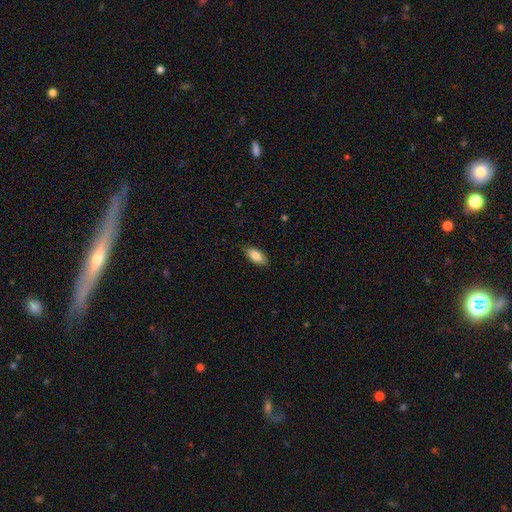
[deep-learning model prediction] Morphology: type=smooth (84%); roundness=in between (88%); merging=none (84%).